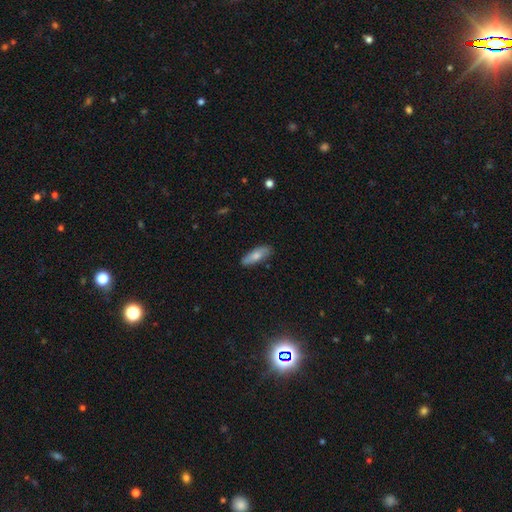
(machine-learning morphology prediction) The model was most divided on "how rounded": in between: 57%, cigar-shaped: 41%, round: 2%. More confident: merging — none (85%); smooth or featured — smooth (74%).